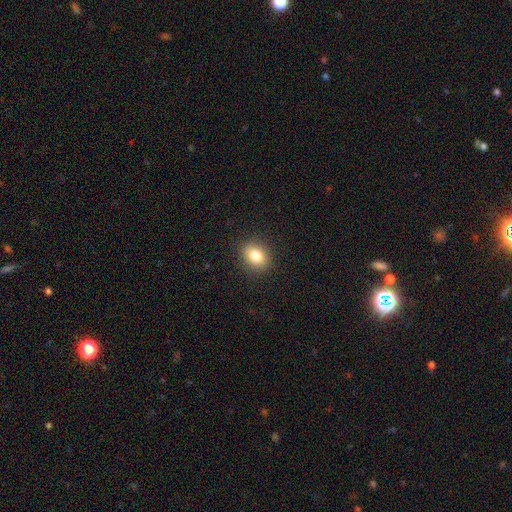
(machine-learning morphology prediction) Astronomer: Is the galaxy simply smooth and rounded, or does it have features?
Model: smooth — 82%.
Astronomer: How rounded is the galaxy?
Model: in between — 50% (runner-up: round, 49%).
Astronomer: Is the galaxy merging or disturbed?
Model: none — 89%.